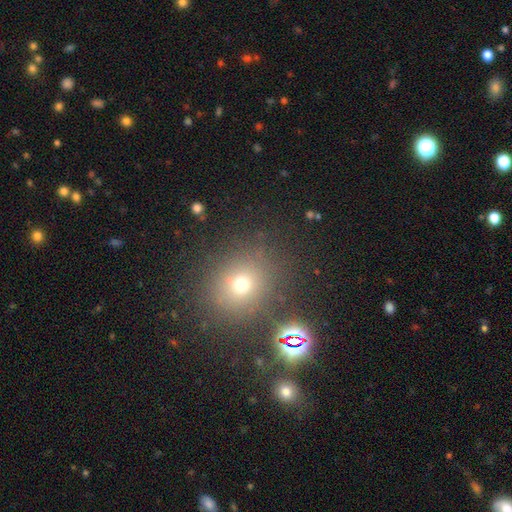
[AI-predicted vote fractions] Smooth or featured: smooth — 55% (star or artifact — 36%)
How rounded: round — 74% (in between — 25%)
Merging: none — 85% (minor disturbance — 8%)